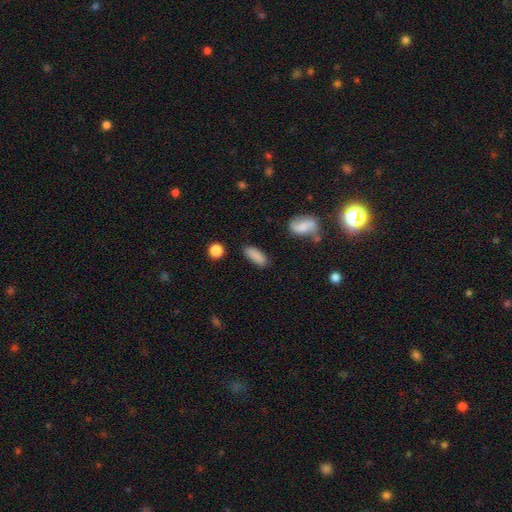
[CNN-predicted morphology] Smooth or featured? smooth (85%)
How rounded? in between (71%)
Merging? none (81%)